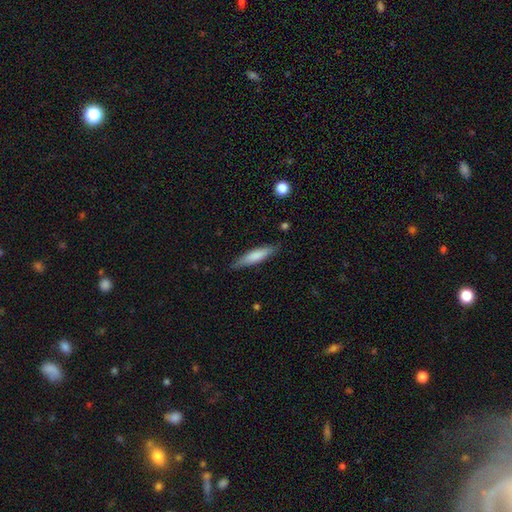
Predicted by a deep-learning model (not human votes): Q: Smooth or featured?
A: smooth (74%); runner-up: featured or disk (21%)
Q: How rounded?
A: cigar-shaped (78%); runner-up: in between (21%)
Q: Merging?
A: none (84%); runner-up: minor disturbance (12%)